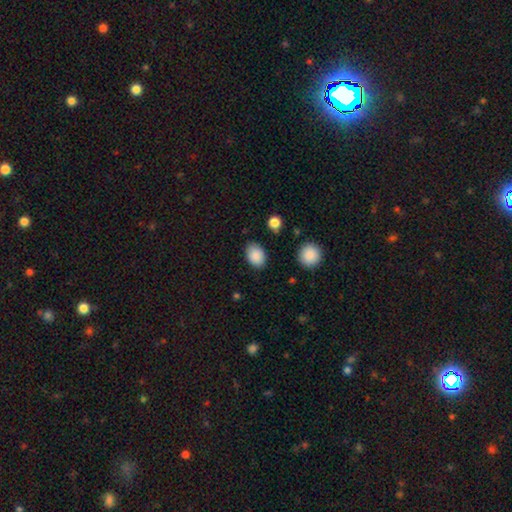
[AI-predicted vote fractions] Smooth or featured?
  - smooth: 88% *
  - star or artifact: 8%
  - featured or disk: 4%
How rounded?
  - in between: 76% *
  - round: 23%
  - cigar-shaped: 1%
Merging?
  - none: 82% *
  - minor disturbance: 13%
  - major disturbance: 3%
  - merger: 2%